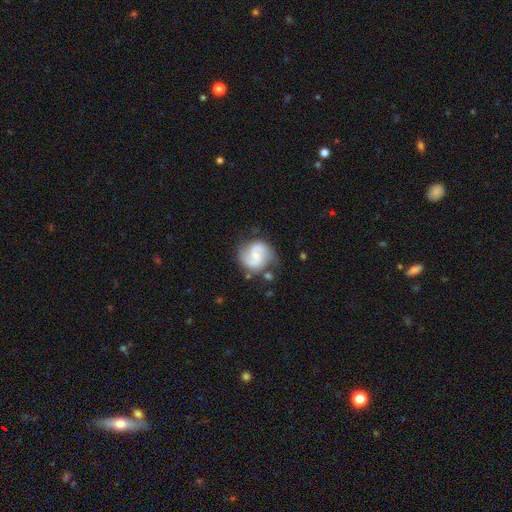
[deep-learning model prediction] This is likely a featured or disk galaxy (77%). It is clearly not viewed edge-on (98%). Bar: possibly weak (47%). Spiral arm pattern: clearly yes (95%). Spiral arm count: clearly 2 (90%). Spiral winding: possibly medium (51%). Central bulge: possibly small (56%). Merging: likely none (70%).